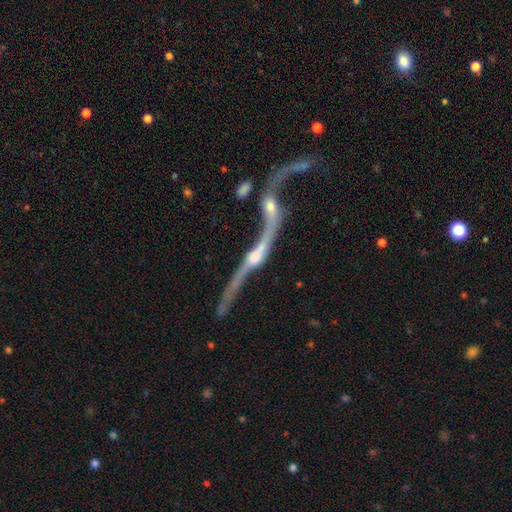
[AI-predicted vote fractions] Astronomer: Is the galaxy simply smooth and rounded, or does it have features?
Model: featured or disk — 83%.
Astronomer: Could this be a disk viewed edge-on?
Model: no — 56% (runner-up: yes, 44%).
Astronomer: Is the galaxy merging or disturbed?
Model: merger — 59%.